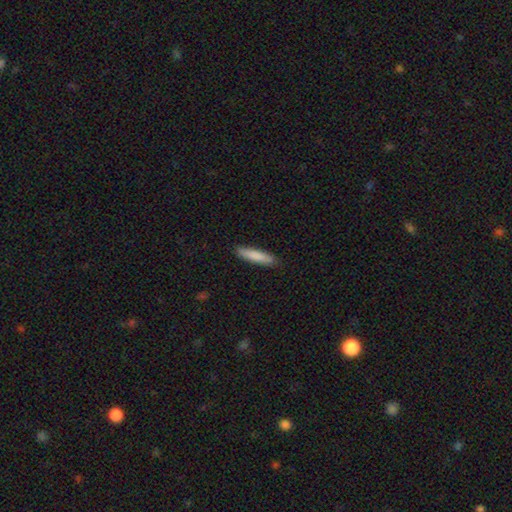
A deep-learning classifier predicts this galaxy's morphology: Smooth or featured? Predicted: smooth (p=0.83). How rounded? Predicted: cigar-shaped (p=0.87). Merging? Predicted: none (p=0.89).